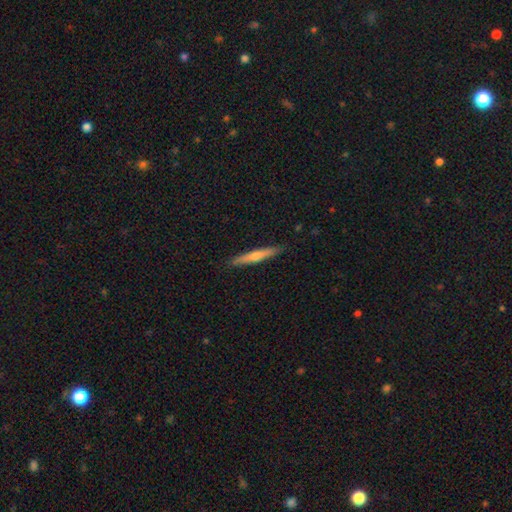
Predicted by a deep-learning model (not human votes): Morphology: type=featured or disk (54%); edge-on=yes (97%); edge-on bulge=rounded (71%); merging=none (91%).